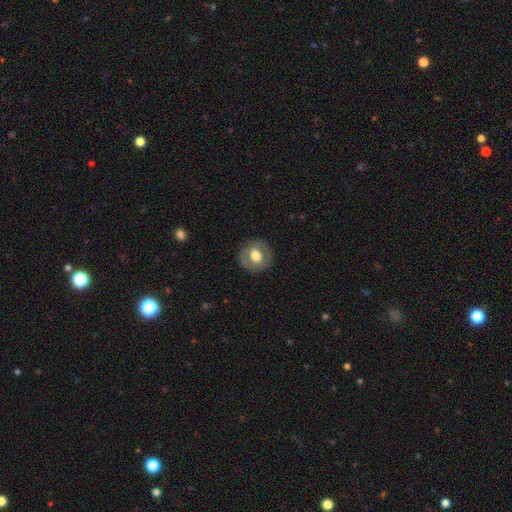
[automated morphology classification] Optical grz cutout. It shows a smooth galaxy with no disk features (57%) that is round (85%). Merging: none (86%).